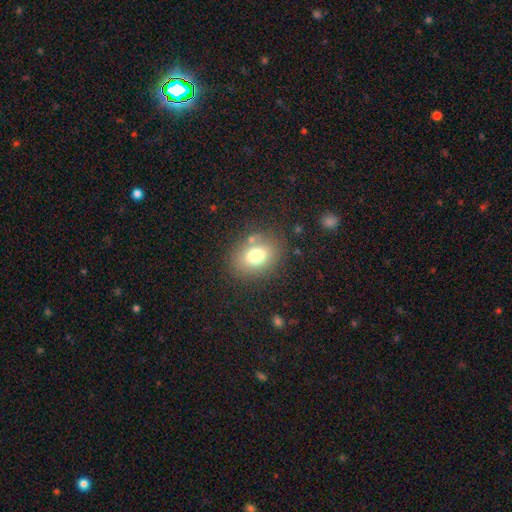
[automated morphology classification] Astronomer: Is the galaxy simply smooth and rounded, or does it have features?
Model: smooth — 75%.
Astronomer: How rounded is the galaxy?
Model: in between — 56% (runner-up: round, 44%).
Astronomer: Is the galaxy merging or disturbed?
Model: none — 78%.